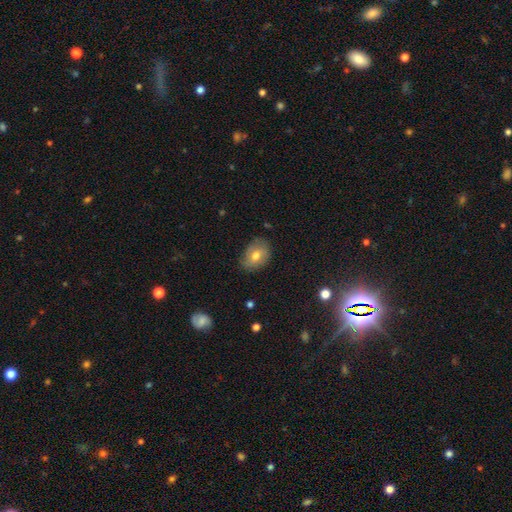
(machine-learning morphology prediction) smooth_or_featured: smooth (p=0.71) [alt: featured or disk p=0.20]
how_rounded: in between (p=0.72) [alt: round p=0.27]
merging: none (p=0.78) [alt: minor disturbance p=0.17]